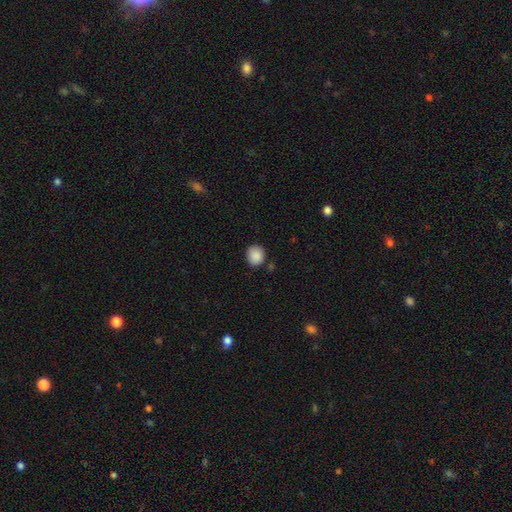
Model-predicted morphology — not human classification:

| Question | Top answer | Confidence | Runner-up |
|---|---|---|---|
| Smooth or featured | smooth | 89% | star or artifact (8%) |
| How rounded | round | 79% | in between (20%) |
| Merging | none | 83% | minor disturbance (11%) |